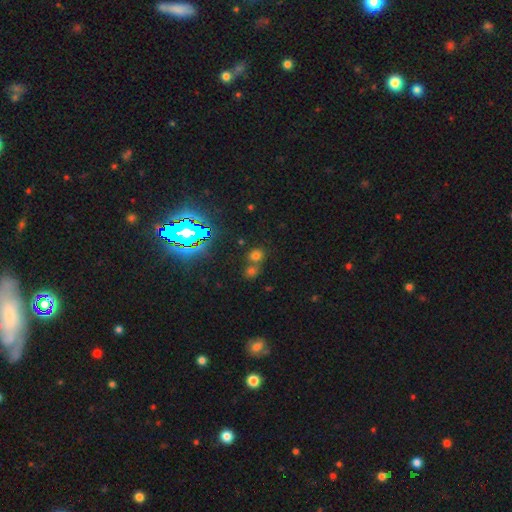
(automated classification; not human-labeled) A smooth galaxy with no disk features (56%) that is round (77%). Merging: none (54%).